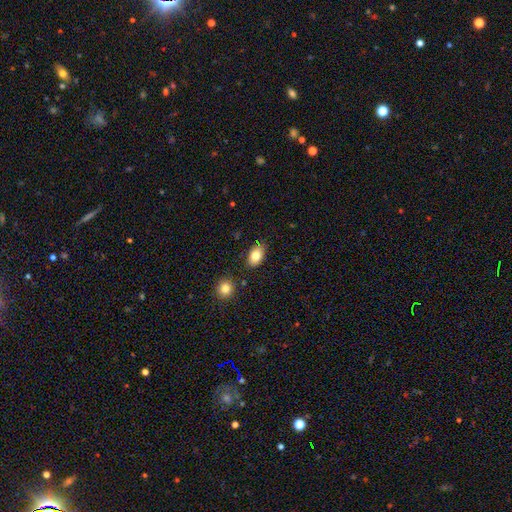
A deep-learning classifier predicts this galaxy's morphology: type=smooth (81%); roundness=in between (90%); merging=none (83%).